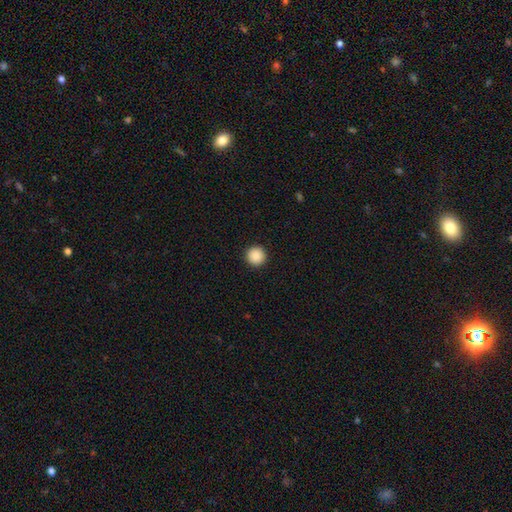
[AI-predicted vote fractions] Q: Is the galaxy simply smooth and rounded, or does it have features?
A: smooth — 89%.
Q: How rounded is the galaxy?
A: round — 96%.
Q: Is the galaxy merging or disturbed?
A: none — 94%.